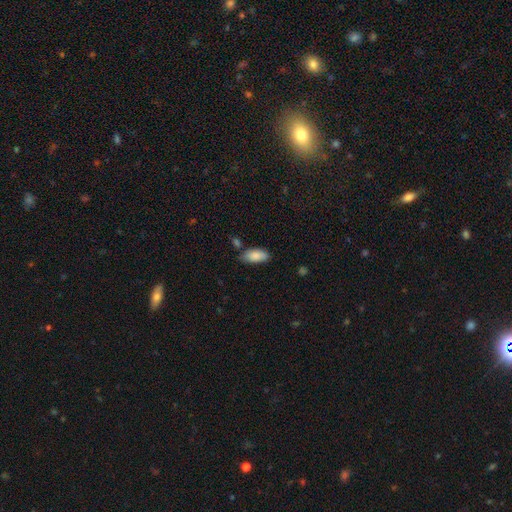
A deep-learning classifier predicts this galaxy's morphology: Smooth or featured? Predicted: smooth (p=0.87). How rounded? Predicted: in between (p=0.88). Merging? Predicted: none (p=0.70).